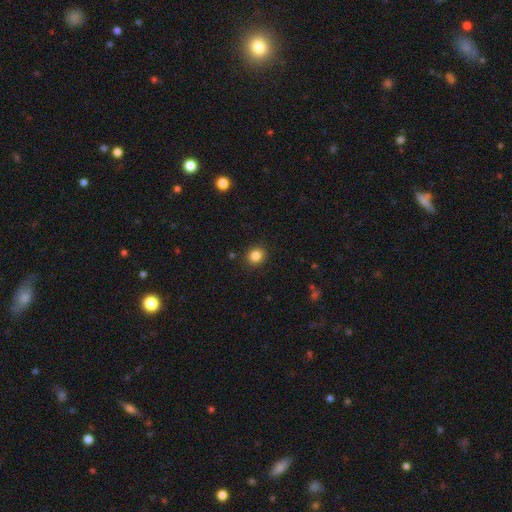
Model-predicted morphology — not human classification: Overall: smooth (84%). How rounded: round (86%). Merging: none (91%).